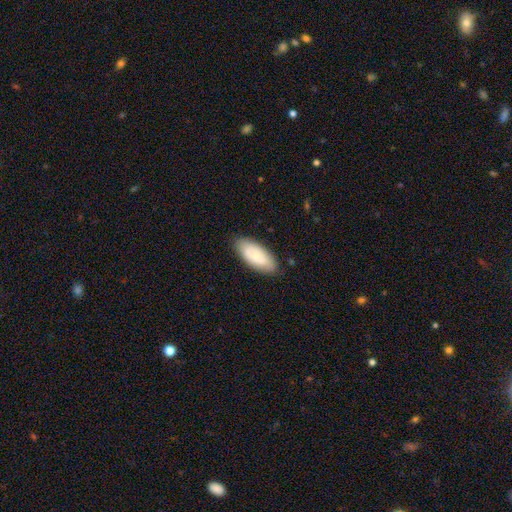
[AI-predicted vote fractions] This appears to be a smooth galaxy with no disk features (73%) that is in between round and cigar-shaped (88%). Merging: none (83%).